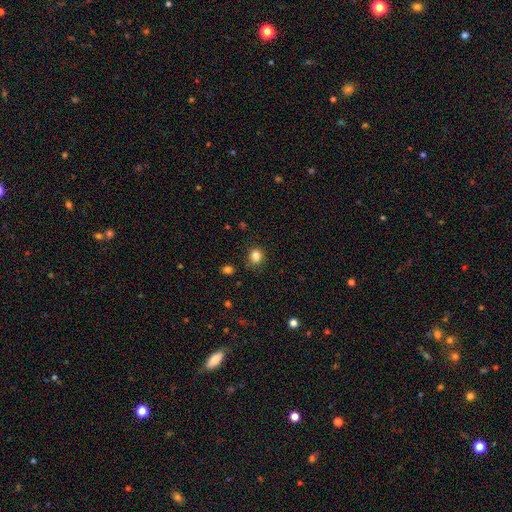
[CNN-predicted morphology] smooth 84%, star or artifact 11%, featured or disk 5%. Down the decision tree: how rounded — round (75%); merging — none (81%).